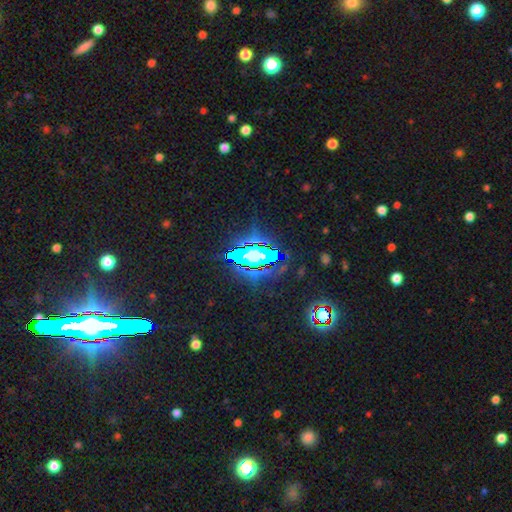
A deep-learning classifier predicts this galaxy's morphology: The model was most divided on "smooth or featured": star or artifact: 82%, featured or disk: 10%, smooth: 9%.